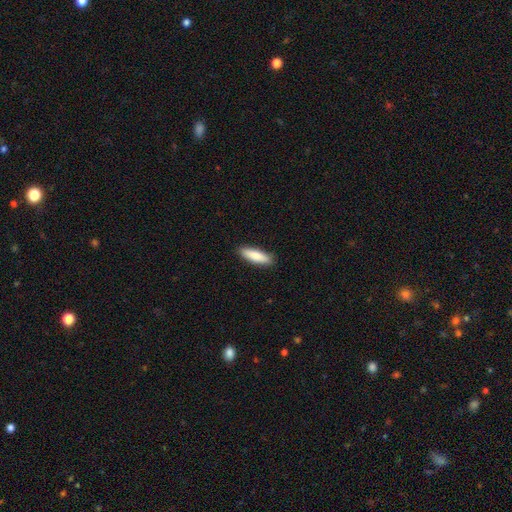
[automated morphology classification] Overall: smooth (83%). How rounded: cigar-shaped (57%; in between 41%). Merging: none (90%).